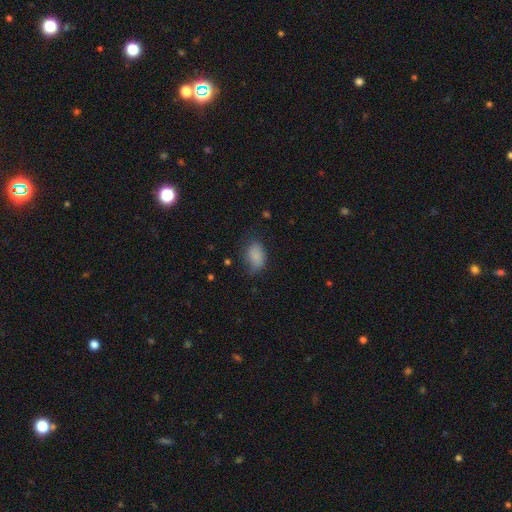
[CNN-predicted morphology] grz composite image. It shows a smooth galaxy with no disk features (84%) that is in between round and cigar-shaped (87%). Merging: none (58%).